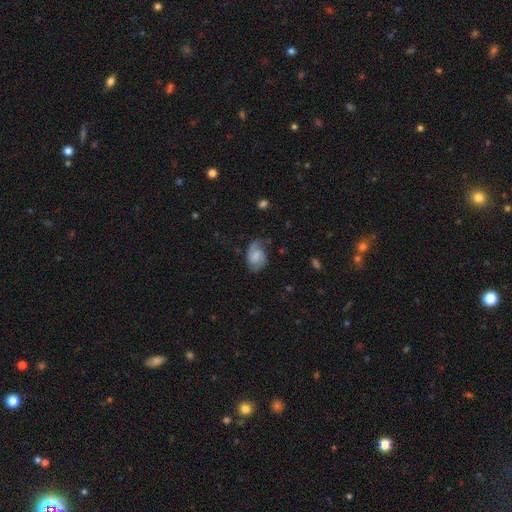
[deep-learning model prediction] Morphology: type=featured or disk (61%); edge-on=no (97%); bar=weak (46%); spiral arms=yes (92%); winding=medium (46%); arm count=2 (75%); bulge=small (35%); merging=none (58%).